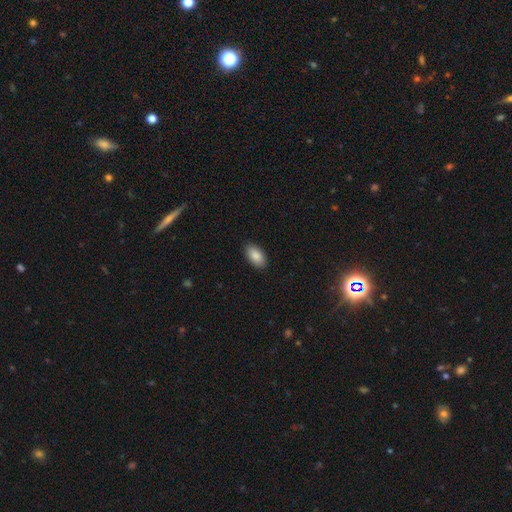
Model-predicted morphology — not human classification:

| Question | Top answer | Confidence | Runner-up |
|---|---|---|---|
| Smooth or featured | smooth | 87% | star or artifact (7%) |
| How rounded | in between | 94% | round (4%) |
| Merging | none | 90% | minor disturbance (8%) |